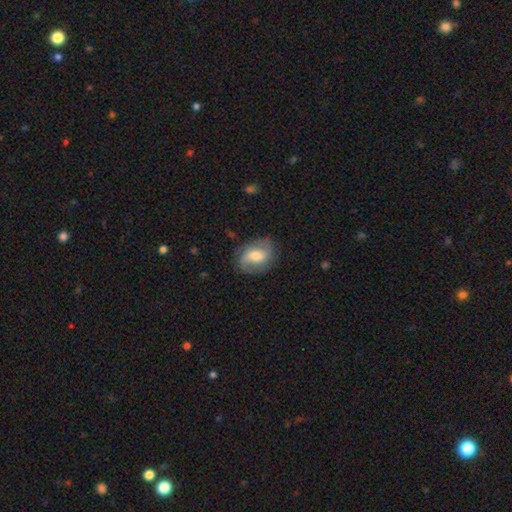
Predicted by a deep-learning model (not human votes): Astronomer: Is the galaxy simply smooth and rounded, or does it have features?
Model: featured or disk — 61%.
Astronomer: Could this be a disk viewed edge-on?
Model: no — 96%.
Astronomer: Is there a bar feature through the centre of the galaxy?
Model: weak — 45% (runner-up: no, 38%).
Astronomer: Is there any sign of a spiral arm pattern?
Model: yes — 87%.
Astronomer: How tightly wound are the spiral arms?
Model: medium — 41% (runner-up: loose, 40%).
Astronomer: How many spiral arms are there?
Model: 2 — 81%.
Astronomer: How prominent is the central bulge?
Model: moderate — 57%.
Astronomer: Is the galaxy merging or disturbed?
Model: none — 77%.